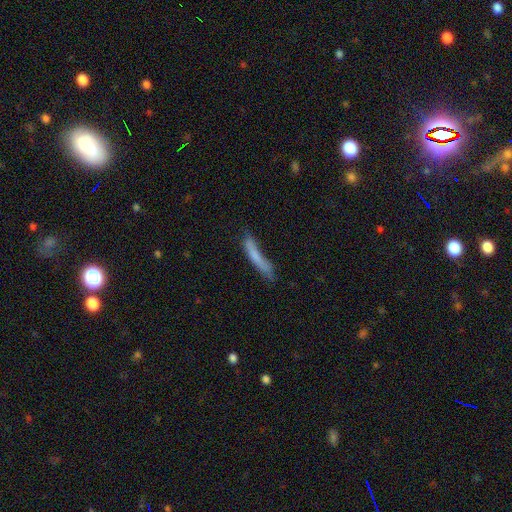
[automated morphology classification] smooth-or-featured: smooth: 71% | featured or disk: 21% | star or artifact: 8%
  how-rounded: cigar-shaped: 91% | in between: 7% | round: 1%
  merging: none: 54% | minor disturbance: 28% | major disturbance: 12% | merger: 6%